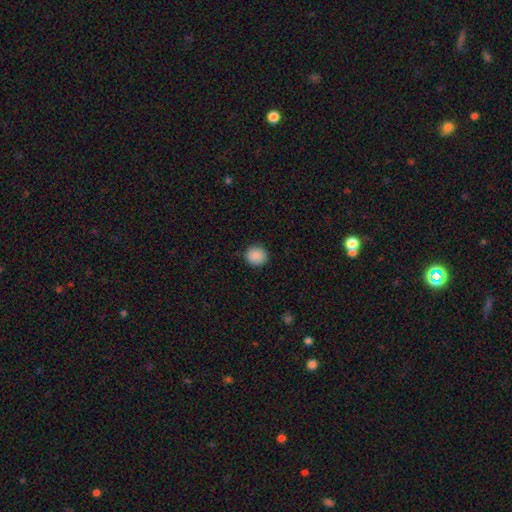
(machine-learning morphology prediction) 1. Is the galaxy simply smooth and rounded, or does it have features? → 89% smooth, 8% star or artifact, 3% featured or disk.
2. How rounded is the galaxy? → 89% round, 10% in between, 1% cigar-shaped.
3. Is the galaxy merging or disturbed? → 90% none, 7% minor disturbance, 2% major disturbance, 1% merger.